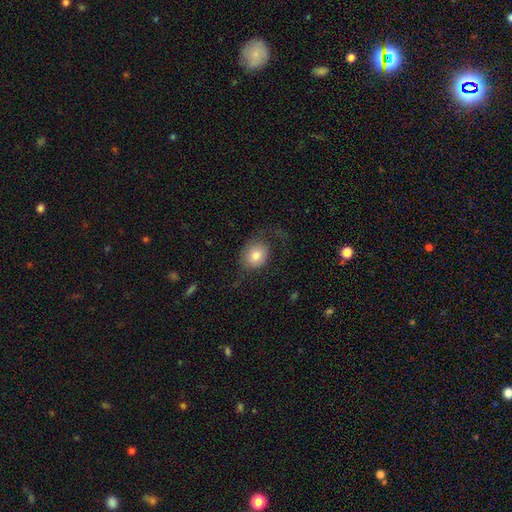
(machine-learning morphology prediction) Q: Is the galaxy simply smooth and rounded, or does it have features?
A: smooth — 74%.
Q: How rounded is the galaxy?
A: round — 67%.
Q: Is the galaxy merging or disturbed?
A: none — 58%.